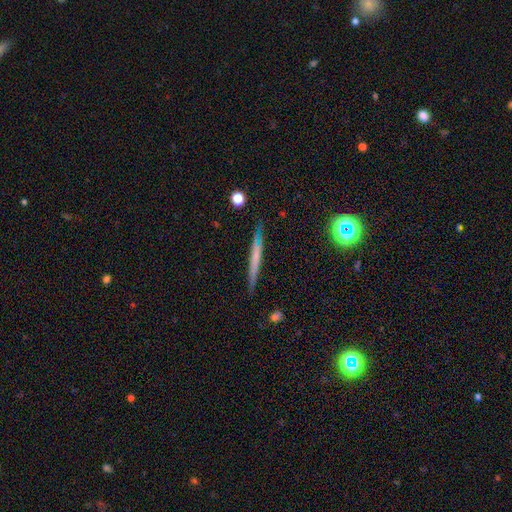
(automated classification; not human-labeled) Smooth or featured? smooth (47%)
Merging? none (88%)